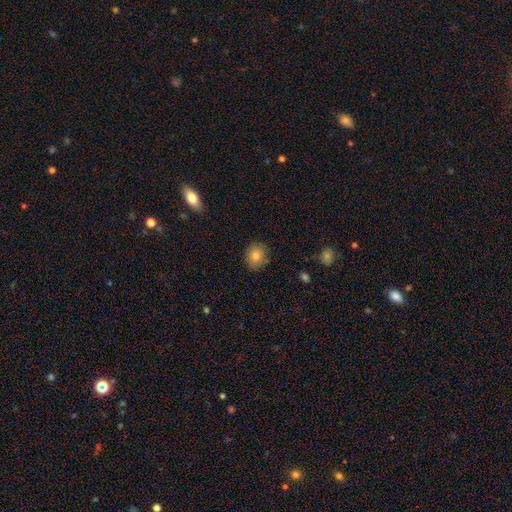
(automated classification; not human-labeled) smooth-or-featured: smooth: 82% | star or artifact: 9% | featured or disk: 8%
  how-rounded: round: 75% | in between: 24% | cigar-shaped: 1%
  merging: none: 88% | minor disturbance: 9% | major disturbance: 2% | merger: 1%